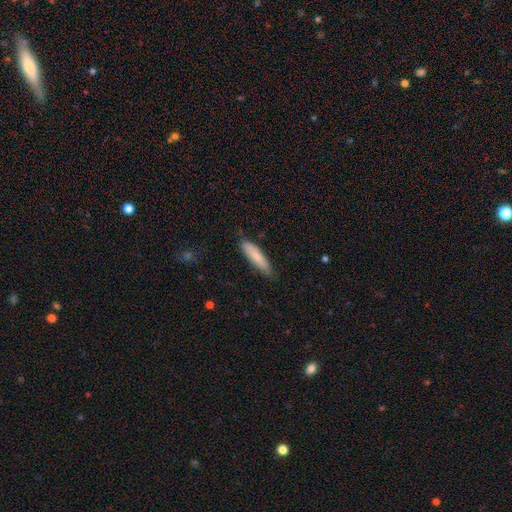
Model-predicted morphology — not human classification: Q: Smooth or featured?
A: smooth (81%); runner-up: featured or disk (13%)
Q: How rounded?
A: cigar-shaped (80%); runner-up: in between (19%)
Q: Merging?
A: none (81%); runner-up: minor disturbance (16%)